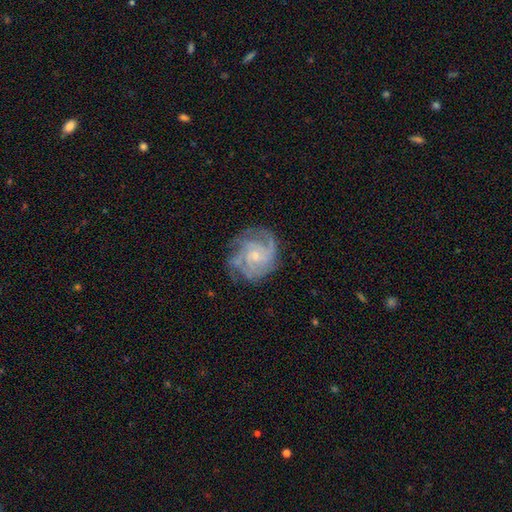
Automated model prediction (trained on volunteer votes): featured or disk 87%, smooth 7%, star or artifact 6%. Down the decision tree: edge-on disk — no (98%); bar — no (68%); spiral arms — yes (97%); spiral arm count — 3 (28%); spiral winding — tight (59%); bulge size — small (70%); merging — none (71%).